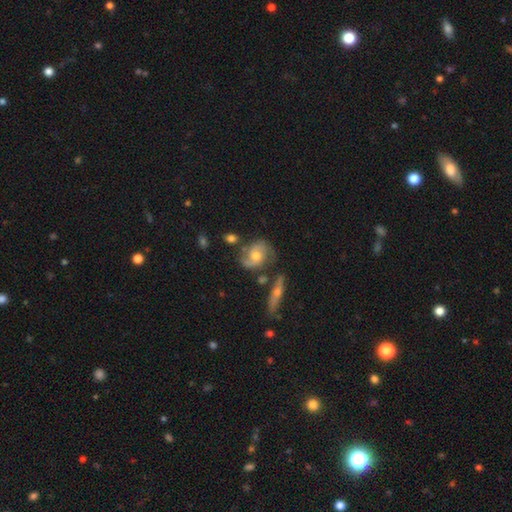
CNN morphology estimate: type=featured or disk (78%); edge-on=no (95%); bar=no (66%); spiral arms=yes (94%); winding=medium (50%); arm count=2 (86%); bulge=moderate (67%); merging=none (65%).